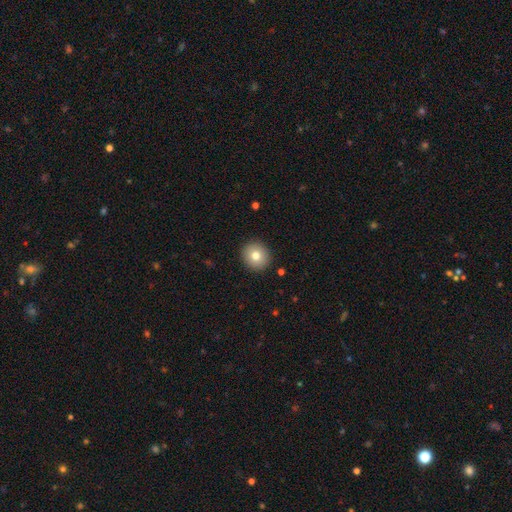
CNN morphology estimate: Q: Smooth or featured?
A: smooth (78%); runner-up: featured or disk (12%)
Q: How rounded?
A: round (91%); runner-up: in between (8%)
Q: Merging?
A: none (92%); runner-up: minor disturbance (5%)